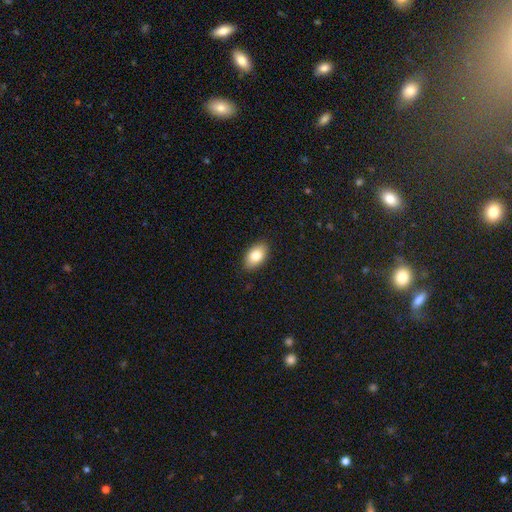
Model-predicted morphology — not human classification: The model was most divided on "smooth or featured": smooth: 82%, featured or disk: 10%, star or artifact: 7%. More confident: how rounded — in between (91%); merging — none (88%).